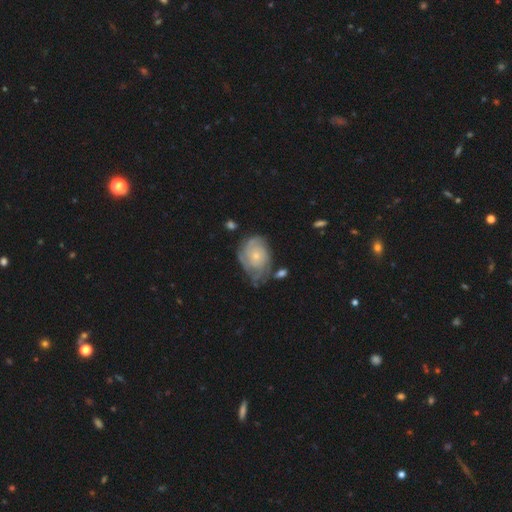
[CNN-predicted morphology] Smooth or featured: featured or disk — 75% (smooth — 19%)
Edge-on disk: no — 97% (yes — 3%)
Bar: no — 80% (weak — 17%)
Spiral arms: yes — 91% (no — 9%)
Spiral winding: tight — 66% (medium — 26%)
Spiral arm count: can't tell — 40% (3 — 20%)
Bulge size: small — 65% (moderate — 30%)
Merging: none — 54% (minor disturbance — 29%)